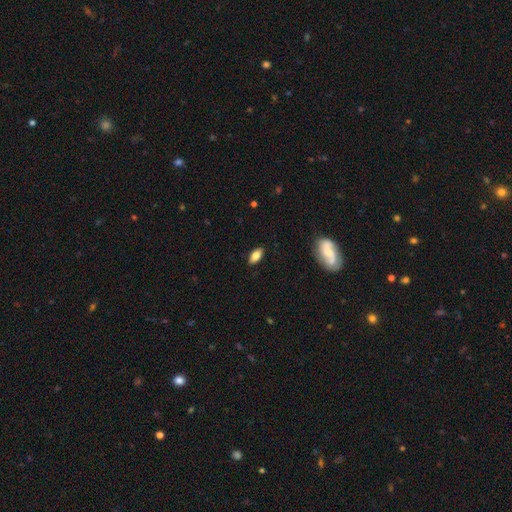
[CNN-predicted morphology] The model was most divided on "smooth or featured": smooth: 82%, featured or disk: 10%, star or artifact: 8%. More confident: how rounded — in between (90%); merging — none (87%).